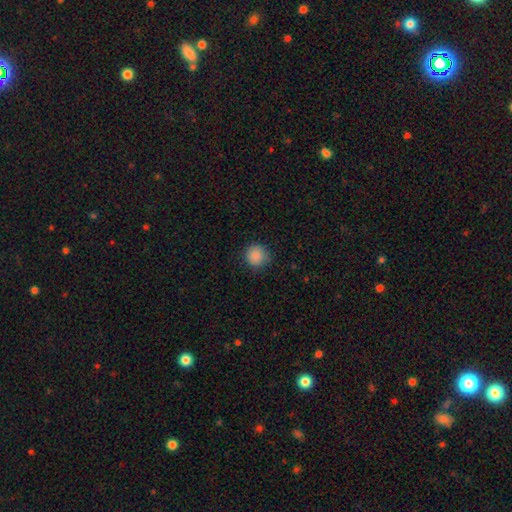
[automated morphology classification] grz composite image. It shows a smooth galaxy with no disk features (87%) that is round (93%). Merging: none (85%).